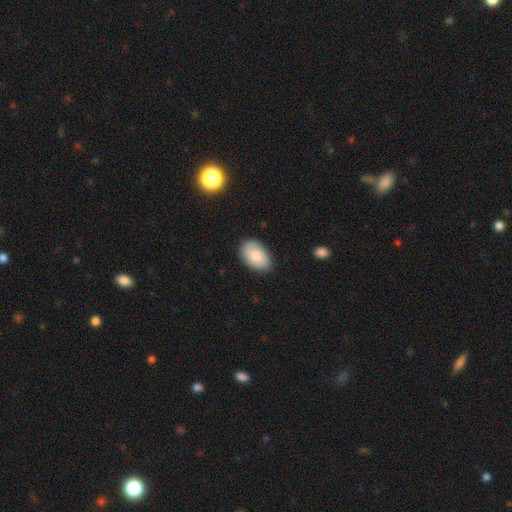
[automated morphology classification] A smooth galaxy with no disk features (82%) that is in between round and cigar-shaped (91%).

Vote fractions:
- Smooth or featured? smooth: 82% / featured or disk: 11% / star or artifact: 6%
- How rounded? in between: 91% / round: 8% / cigar-shaped: 1%
- Merging? none: 83% / minor disturbance: 14% / major disturbance: 2% / merger: 1%